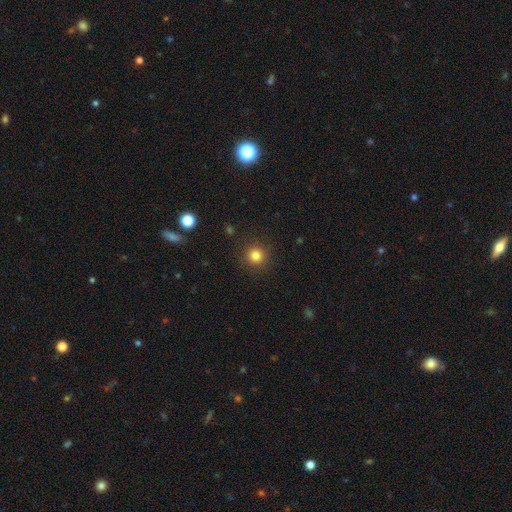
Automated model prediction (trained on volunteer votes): This is clearly a smooth galaxy (82%). How rounded: clearly round (94%). Merging: clearly none (90%).